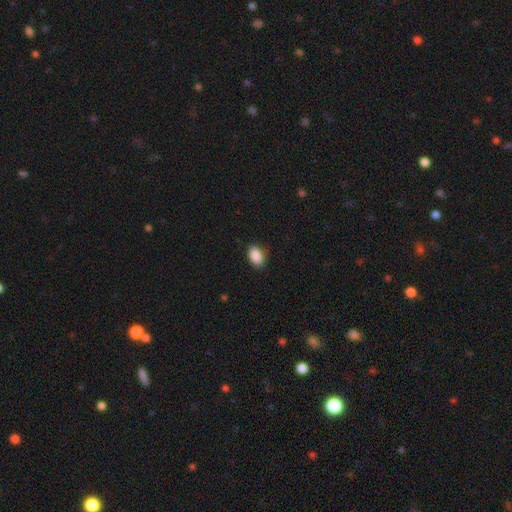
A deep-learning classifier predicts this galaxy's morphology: type=smooth (89%); roundness=in between (88%); merging=none (86%).